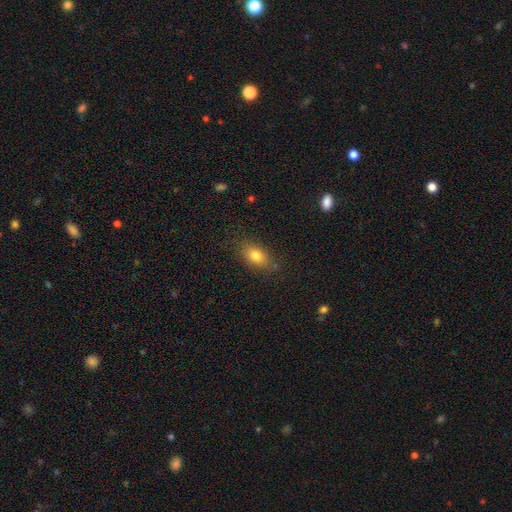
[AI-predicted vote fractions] Morphology: type=smooth (80%); roundness=in between (82%); merging=none (80%).